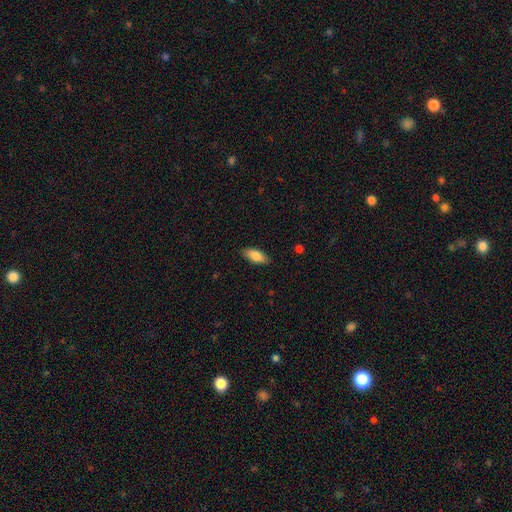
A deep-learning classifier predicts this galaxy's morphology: A smooth galaxy with no disk features (84%) that is in between round and cigar-shaped (83%). Merging: none (87%).